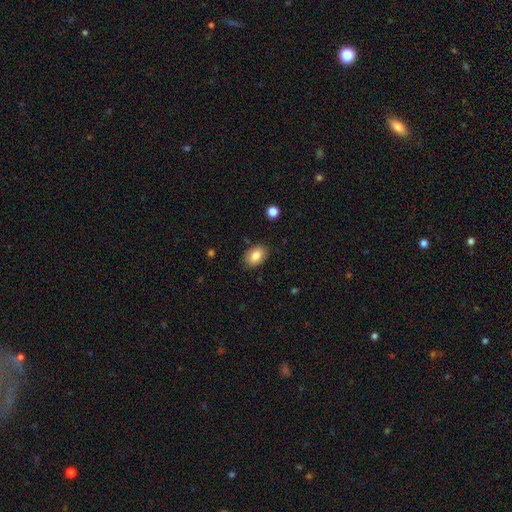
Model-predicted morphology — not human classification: Smooth or featured: smooth — 84% (featured or disk — 8%)
How rounded: in between — 84% (round — 15%)
Merging: none — 84% (minor disturbance — 12%)